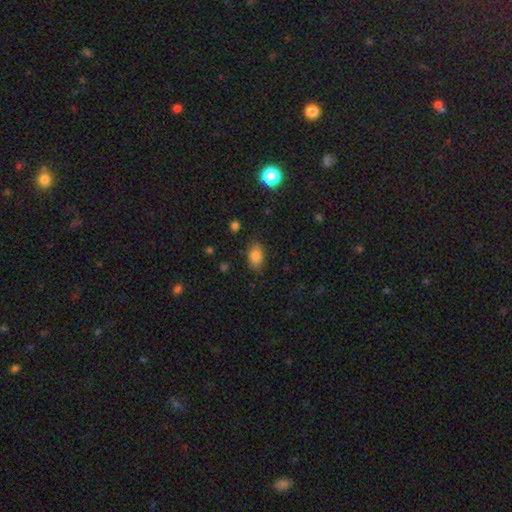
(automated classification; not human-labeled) Smooth or featured: smooth — 84% (star or artifact — 10%)
How rounded: in between — 88% (round — 11%)
Merging: none — 82% (minor disturbance — 14%)